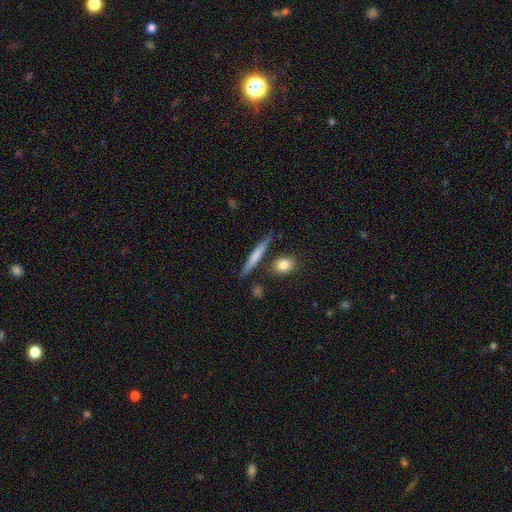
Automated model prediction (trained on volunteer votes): A smooth galaxy with no disk features (61%) that is cigar-shaped (92%).

Vote fractions:
- Smooth or featured? smooth: 61% / featured or disk: 32% / star or artifact: 6%
- How rounded? cigar-shaped: 92% / in between: 6% / round: 3%
- Merging? none: 80% / minor disturbance: 11% / merger: 6% / major disturbance: 3%